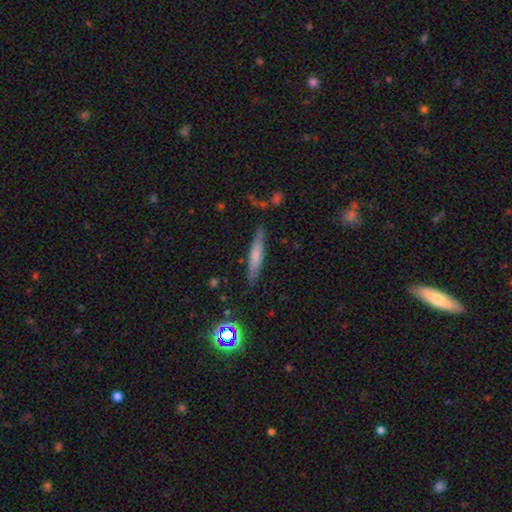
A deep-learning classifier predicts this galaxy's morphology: Smooth or featured? smooth (60%)
How rounded? cigar-shaped (90%)
Merging? none (84%)